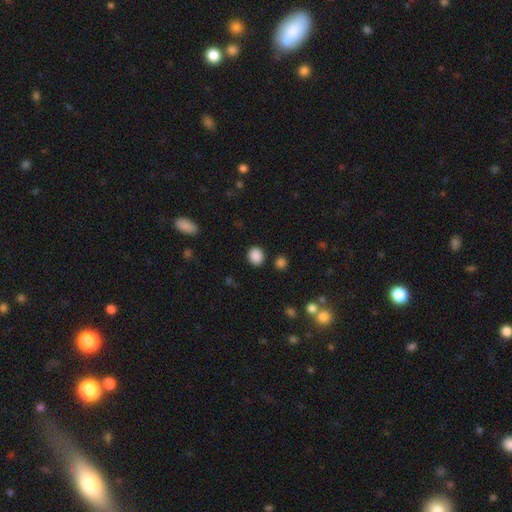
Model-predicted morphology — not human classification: Q: Smooth or featured?
A: smooth (88%); runner-up: star or artifact (10%)
Q: How rounded?
A: round (72%); runner-up: in between (27%)
Q: Merging?
A: none (87%); runner-up: minor disturbance (8%)